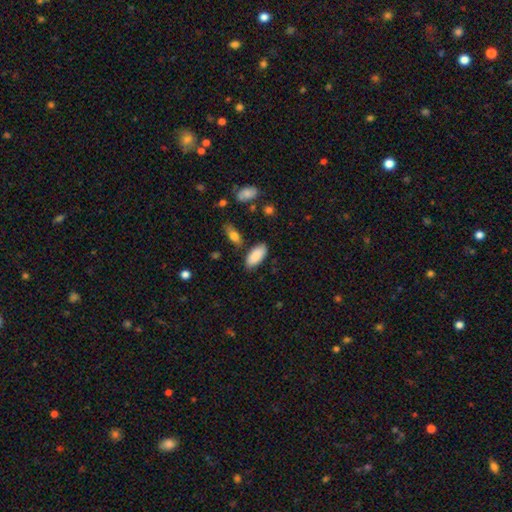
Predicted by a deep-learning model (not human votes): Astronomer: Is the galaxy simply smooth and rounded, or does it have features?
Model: smooth — 88%.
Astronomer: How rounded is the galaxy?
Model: in between — 91%.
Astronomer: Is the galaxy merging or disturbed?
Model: none — 81%.